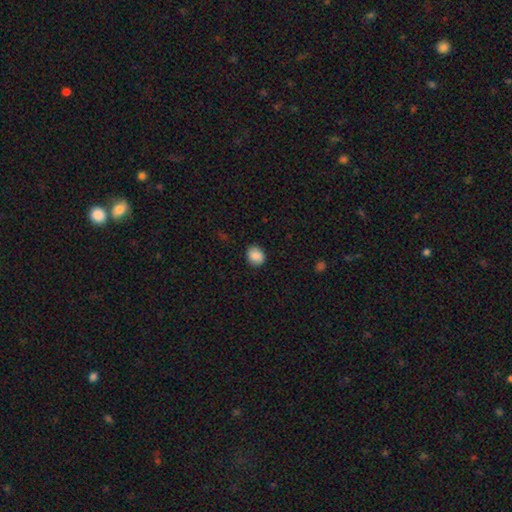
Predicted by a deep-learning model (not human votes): This is clearly a smooth galaxy (87%). How rounded: likely round (70%). Merging: clearly none (88%).